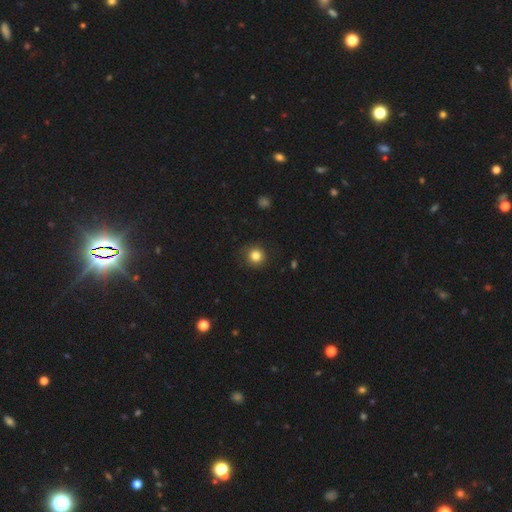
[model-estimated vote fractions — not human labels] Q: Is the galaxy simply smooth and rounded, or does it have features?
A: smooth — 83%.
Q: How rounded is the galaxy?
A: round — 94%.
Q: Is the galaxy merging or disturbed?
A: none — 89%.